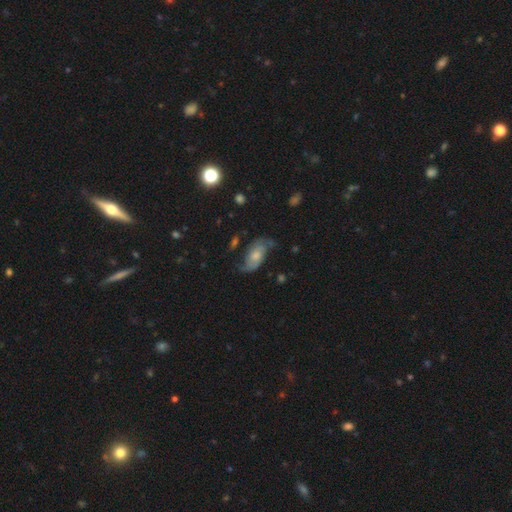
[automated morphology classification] A featured or disk galaxy (71%) with no bar (66%), 2 (88%) loose (50%) spiral arms (91%) and a moderate central bulge (49%).

Vote fractions:
- Smooth or featured? featured or disk: 71% / smooth: 22% / star or artifact: 7%
- Edge-on disk? no: 95% / yes: 5%
- Bar? no: 66% / weak: 29% / strong: 5%
- Spiral arms? yes: 91% / no: 9%
- Spiral winding? loose: 50% / medium: 36% / tight: 14%
- Spiral arm count? 2: 88% / can't tell: 6% / 1: 3% / 3: 1% / 4: 1% / more than 4: 1%
- Bulge size? moderate: 49% / small: 26% / large: 15% / none: 8% / dominant: 2%
- Merging? none: 62% / minor disturbance: 23% / major disturbance: 13% / merger: 3%